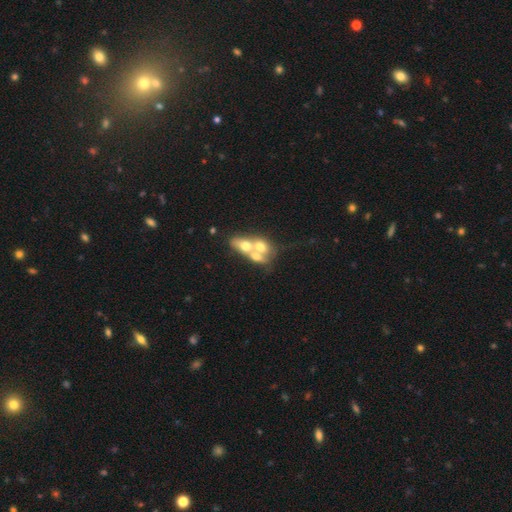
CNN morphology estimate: Smooth or featured? smooth (53%)
How rounded? in between (60%)
Merging? merger (74%)